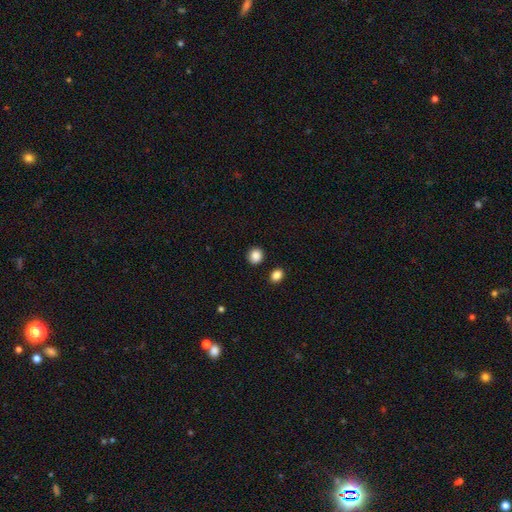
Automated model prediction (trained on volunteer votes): Smooth or featured: smooth — 88% (star or artifact — 9%)
How rounded: round — 85% (in between — 14%)
Merging: none — 88% (minor disturbance — 6%)